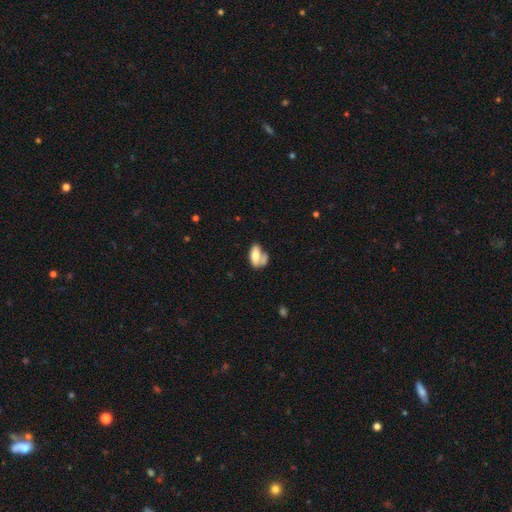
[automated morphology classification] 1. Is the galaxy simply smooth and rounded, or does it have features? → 69% smooth, 23% featured or disk, 8% star or artifact.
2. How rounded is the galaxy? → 86% in between, 8% cigar-shaped, 6% round.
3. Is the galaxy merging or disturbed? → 39% merger, 31% none, 18% minor disturbance, 13% major disturbance.